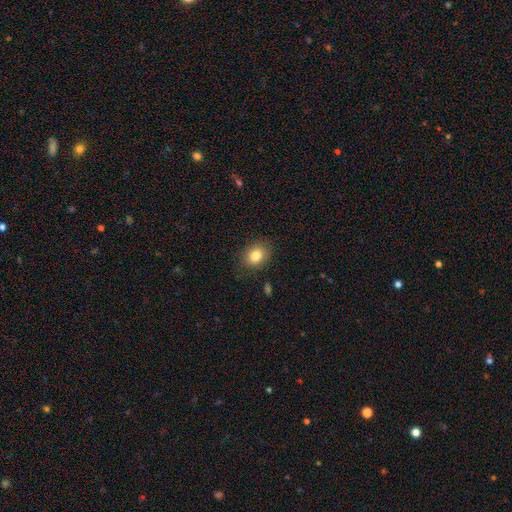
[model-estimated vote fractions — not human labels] smooth 82%, star or artifact 10%, featured or disk 8%. Down the decision tree: how rounded — in between (57%); merging — none (85%).